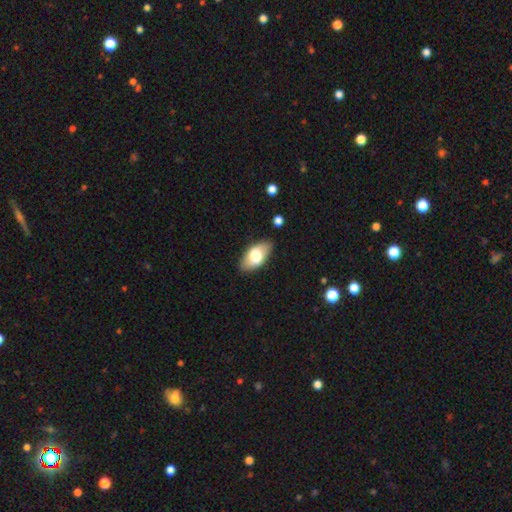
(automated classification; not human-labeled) This is likely a smooth galaxy (70%). How rounded: clearly in between (93%). Merging: clearly none (84%).